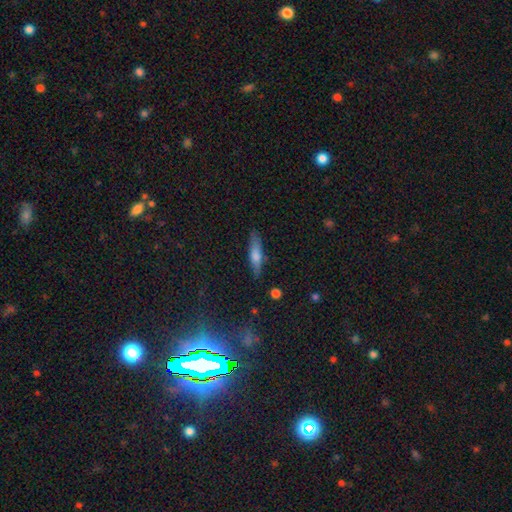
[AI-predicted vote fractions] A smooth galaxy with no disk features (64%) that is cigar-shaped (76%). Merging: none (81%).